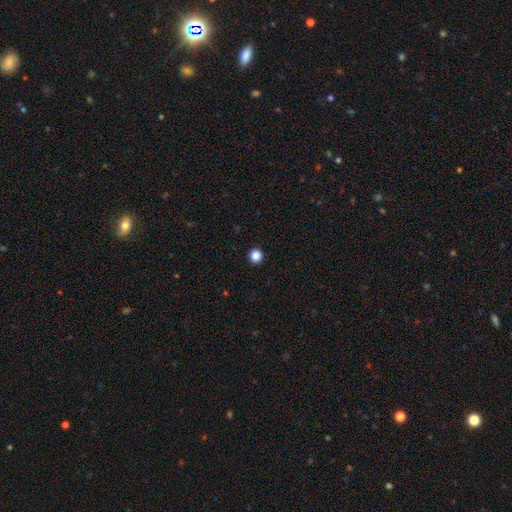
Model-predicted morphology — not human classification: The model was most divided on "smooth or featured": smooth: 87%, star or artifact: 11%, featured or disk: 2%. More confident: how rounded — round (96%); merging — none (94%).